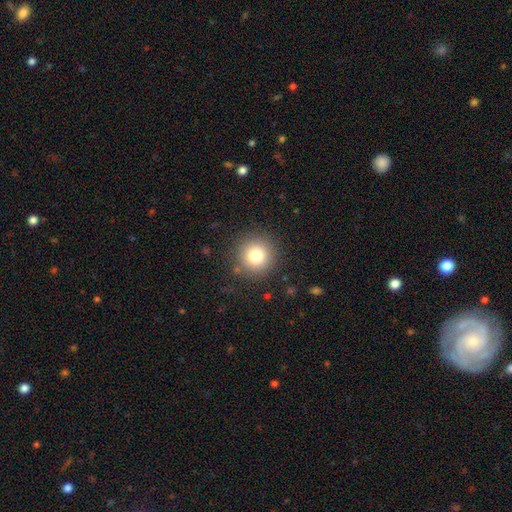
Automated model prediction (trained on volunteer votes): A smooth galaxy with no disk features (79%) that is round (95%). Merging: none (88%).